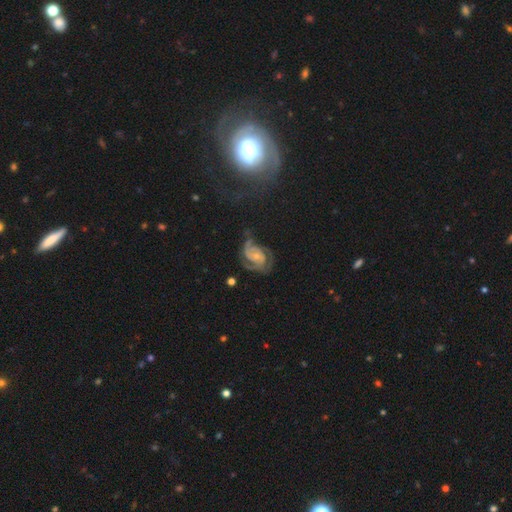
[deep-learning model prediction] smooth-or-featured: featured or disk: 84% | smooth: 9% | star or artifact: 7%
  disk-edge-on: no: 98% | yes: 2%
    bar: no: 67% | weak: 26% | strong: 7%
    has-spiral-arms: yes: 96% | no: 4%
      spiral-winding: tight: 51% | medium: 40% | loose: 9%
      spiral-arm-count: 2: 48% | 3: 26% | can't tell: 13% | 1: 5% | 4: 5% | more than 4: 4%
    bulge-size: small: 65% | moderate: 29% | none: 3% | large: 2% | dominant: 1%
  merging: none: 54% | minor disturbance: 24% | major disturbance: 19% | merger: 3%